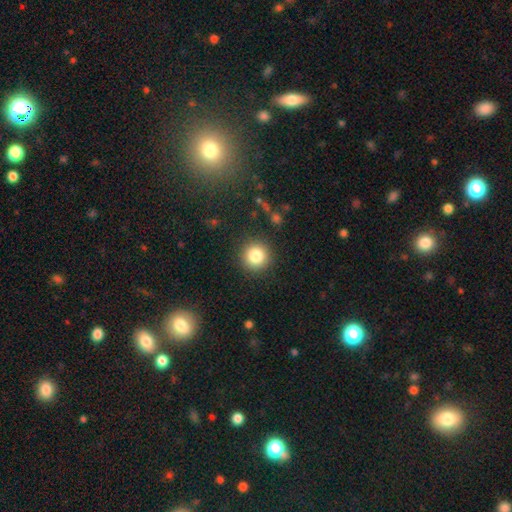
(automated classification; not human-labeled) A smooth galaxy with no disk features (83%) that is round (94%).

Vote fractions:
- Smooth or featured? smooth: 83% / star or artifact: 10% / featured or disk: 6%
- How rounded? round: 94% / in between: 5% / cigar-shaped: 1%
- Merging? none: 90% / minor disturbance: 6% / major disturbance: 3% / merger: 1%